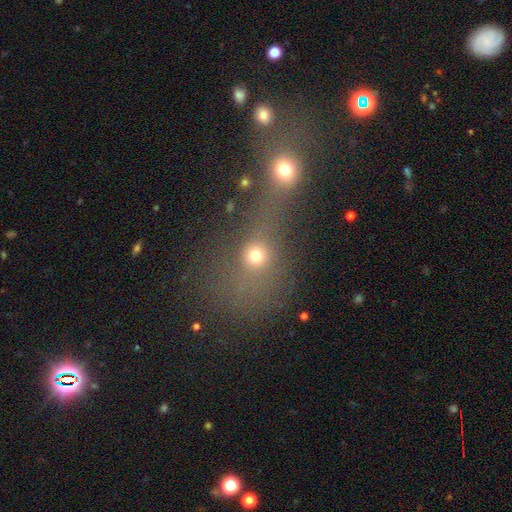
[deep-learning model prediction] Smooth or featured?
  - smooth: 65% *
  - star or artifact: 21%
  - featured or disk: 13%
How rounded?
  - round: 68% *
  - in between: 28%
  - cigar-shaped: 5%
Merging?
  - merger: 54% *
  - none: 30%
  - major disturbance: 9%
  - minor disturbance: 8%